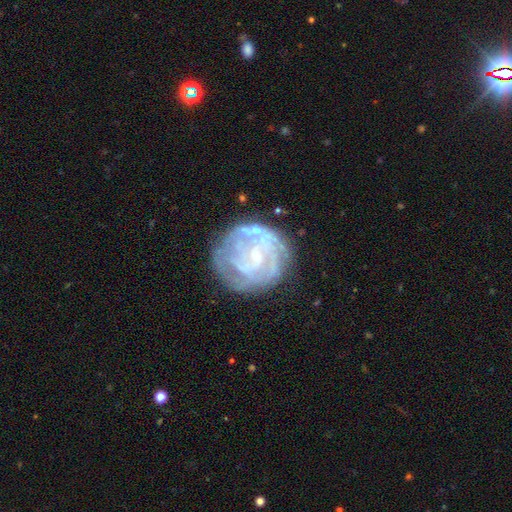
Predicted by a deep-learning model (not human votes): Morphology: type=featured or disk (77%); edge-on=no (98%); bar=no (60%); spiral arms=yes (80%); winding=tight (65%); arm count=can't tell (44%); bulge=small (78%); merging=none (67%).